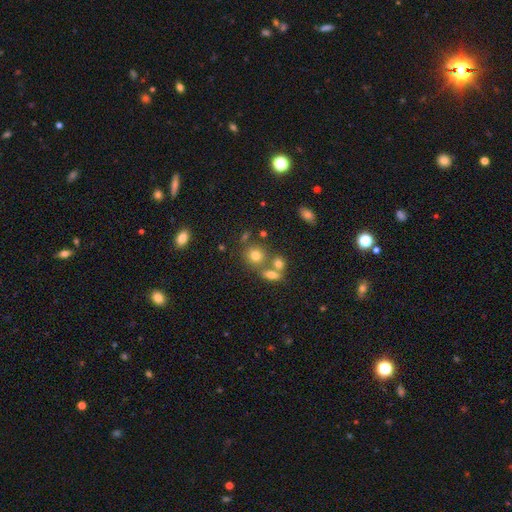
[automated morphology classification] Smooth or featured? Predicted: smooth (p=0.72). How rounded? Predicted: round (p=0.79). Merging? Predicted: none (p=0.60).